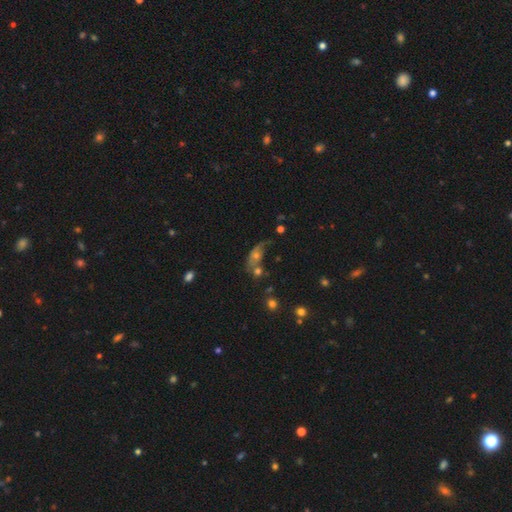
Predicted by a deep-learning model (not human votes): Smooth or featured? featured or disk (39%)
Merging? none (30%)